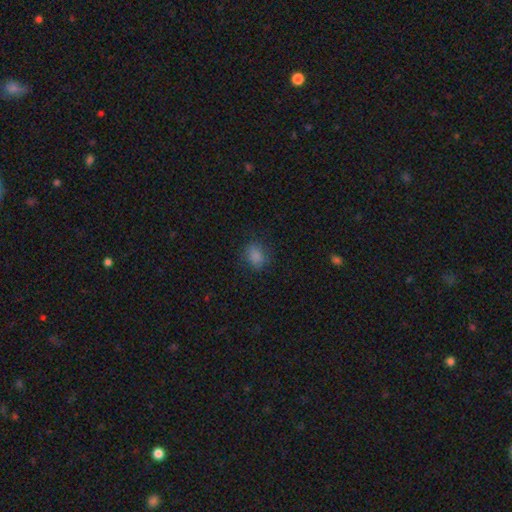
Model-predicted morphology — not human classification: Smooth or featured? smooth (83%)
How rounded? in between (55%)
Merging? none (80%)